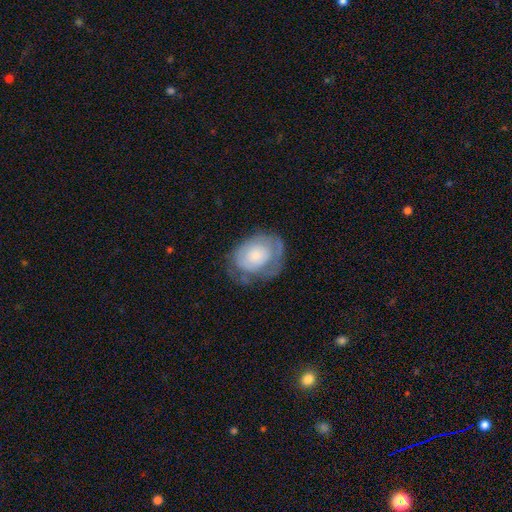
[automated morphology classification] A smooth galaxy with no disk features (50%). Merging: none (48%).